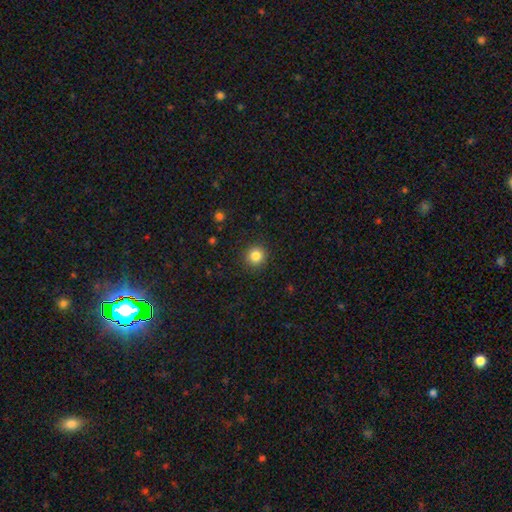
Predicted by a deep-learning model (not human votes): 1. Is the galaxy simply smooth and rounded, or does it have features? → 84% smooth, 11% star or artifact, 5% featured or disk.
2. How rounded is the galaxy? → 94% round, 5% in between, 1% cigar-shaped.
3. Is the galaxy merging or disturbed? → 92% none, 5% minor disturbance, 2% major disturbance, 1% merger.